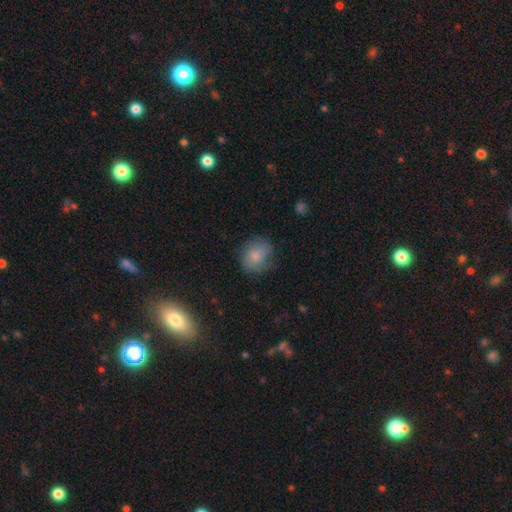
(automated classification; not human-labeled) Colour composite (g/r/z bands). It shows a smooth galaxy with no disk features (77%) that is round (72%). Merging: none (68%).